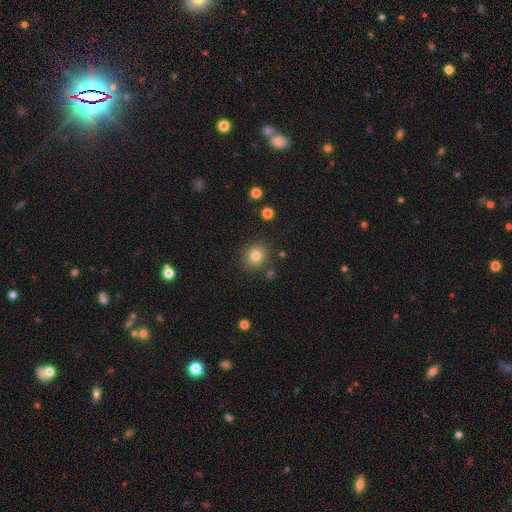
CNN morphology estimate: This appears to be a smooth galaxy with no disk features (80%) that is round (85%). Merging: none (86%).